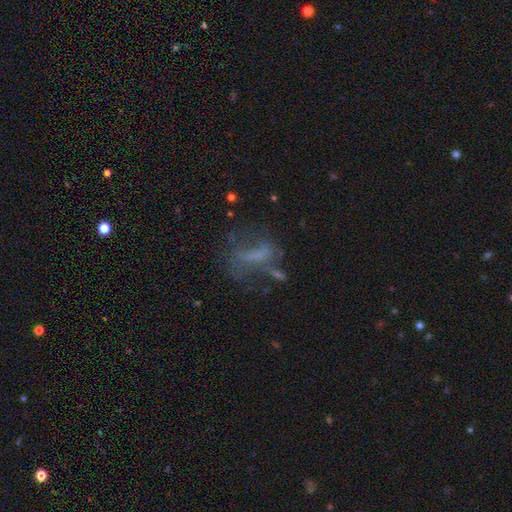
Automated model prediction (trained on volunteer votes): The model was most divided on "merging": none: 37%, major disturbance: 35%, minor disturbance: 19%, merger: 10%. Remaining: smooth or featured — featured or disk (43%).